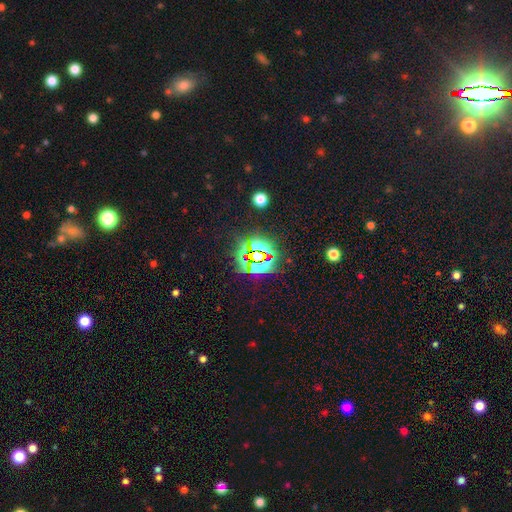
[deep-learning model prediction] The model was most divided on "smooth or featured": star or artifact: 77%, smooth: 14%, featured or disk: 9%.